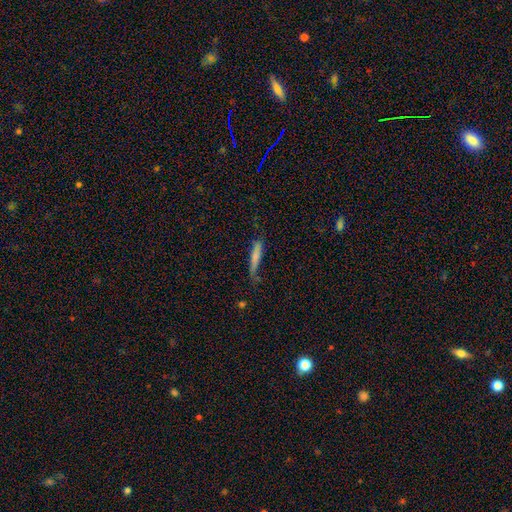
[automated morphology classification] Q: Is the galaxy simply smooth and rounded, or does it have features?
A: smooth — 73%.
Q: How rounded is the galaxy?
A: cigar-shaped — 89%.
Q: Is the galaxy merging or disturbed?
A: none — 59%.